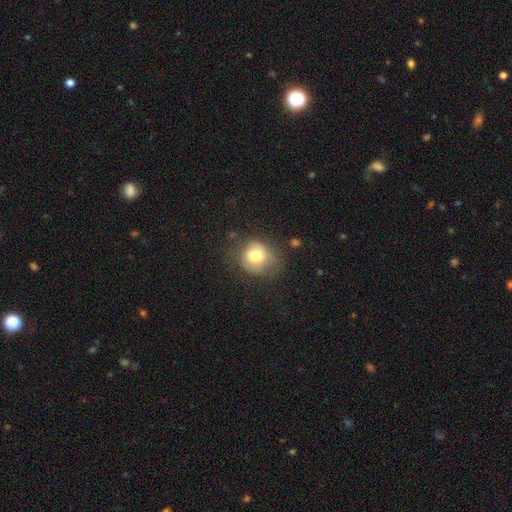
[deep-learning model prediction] A smooth galaxy with no disk features (73%) that is round (72%). Merging: none (57%).